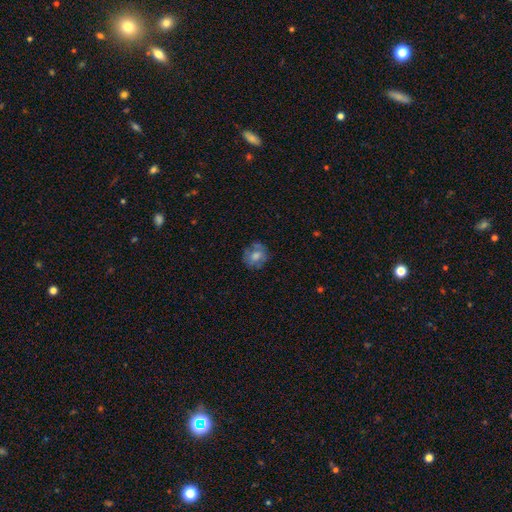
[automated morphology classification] Smooth or featured: smooth — 54% (featured or disk — 34%)
How rounded: round — 76% (in between — 23%)
Merging: none — 72% (minor disturbance — 19%)